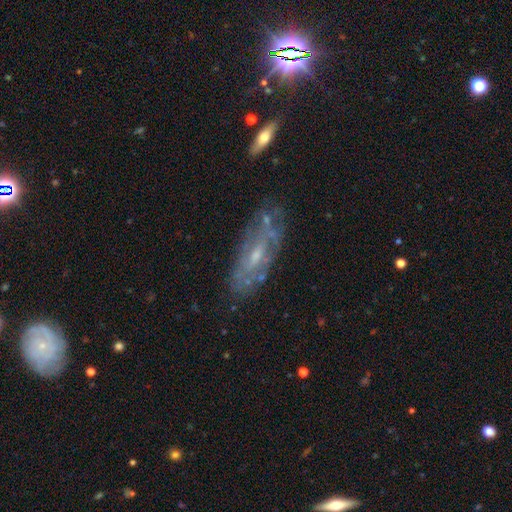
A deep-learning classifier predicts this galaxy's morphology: Q: Smooth or featured?
A: featured or disk (72%); runner-up: smooth (20%)
Q: Edge-on disk?
A: no (82%); runner-up: yes (18%)
Q: Bar?
A: no (49%); runner-up: weak (41%)
Q: Spiral arms?
A: yes (61%); runner-up: no (39%)
Q: Bulge size?
A: small (56%); runner-up: moderate (36%)
Q: Merging?
A: none (67%); runner-up: minor disturbance (21%)